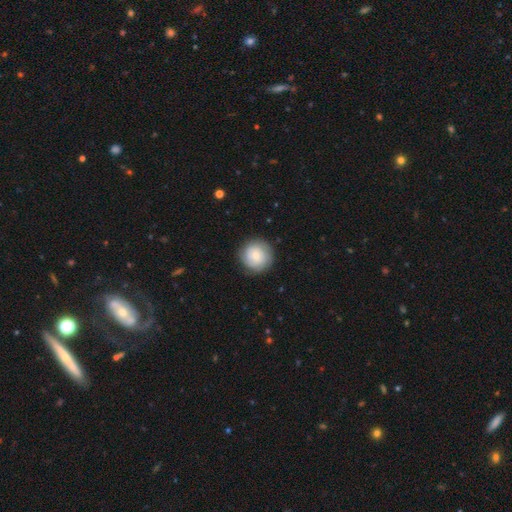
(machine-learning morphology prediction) Smooth or featured? Predicted: smooth (p=0.67). How rounded? Predicted: round (p=0.95). Merging? Predicted: none (p=0.85).